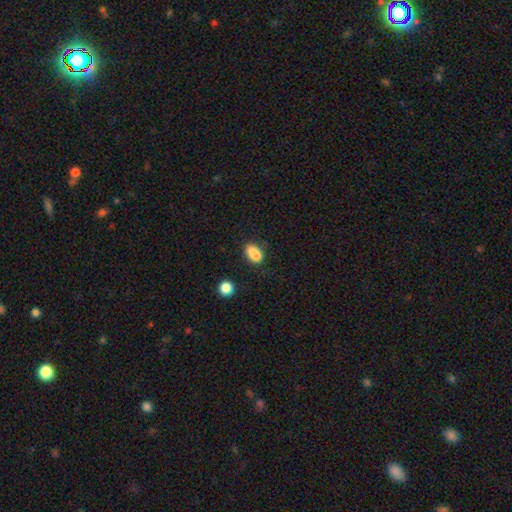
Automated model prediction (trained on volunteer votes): The model was most divided on "merging": none: 60%, minor disturbance: 20%, merger: 15%, major disturbance: 5%. More confident: how rounded — in between (83%); smooth or featured — smooth (82%).